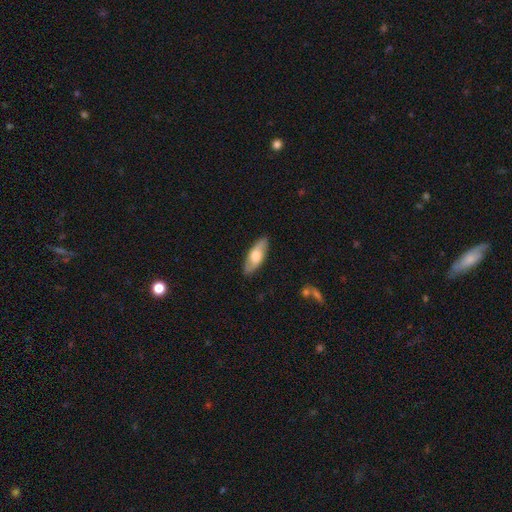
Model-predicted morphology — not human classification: smooth_or_featured: smooth (p=0.59) [alt: featured or disk p=0.36]
how_rounded: in between (p=0.72) [alt: cigar-shaped p=0.25]
merging: none (p=0.87) [alt: minor disturbance p=0.10]